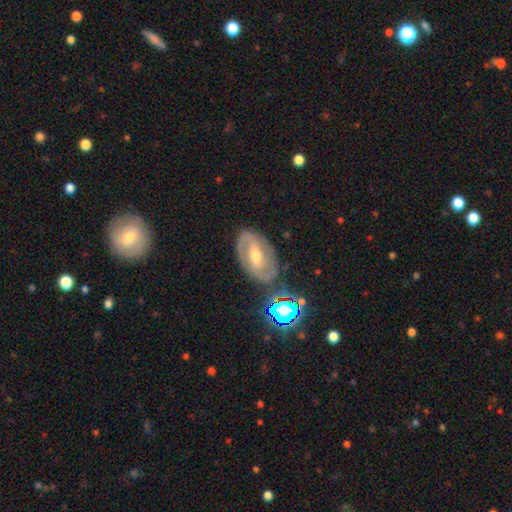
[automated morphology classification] This is likely a featured or disk galaxy (75%). It is clearly not viewed edge-on (94%). Bar: marginally weak (42%). Spiral arm pattern: clearly yes (82%). Spiral arm count: likely 2 (70%). Spiral winding: possibly tight (49%). Central bulge: possibly moderate (59%). Merging: likely none (76%).